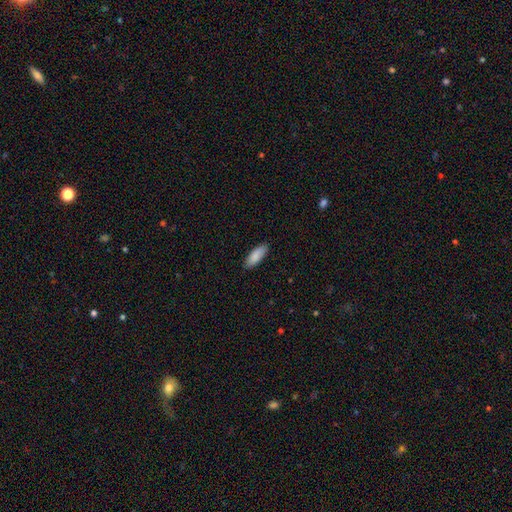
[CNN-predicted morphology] This is clearly a smooth galaxy (88%). How rounded: likely in between (67%). Merging: clearly none (87%).